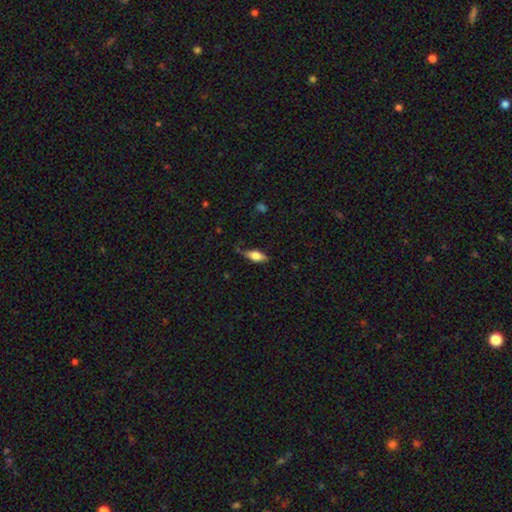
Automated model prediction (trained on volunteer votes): Smooth or featured? smooth (63%)
How rounded? in between (76%)
Merging? none (62%)